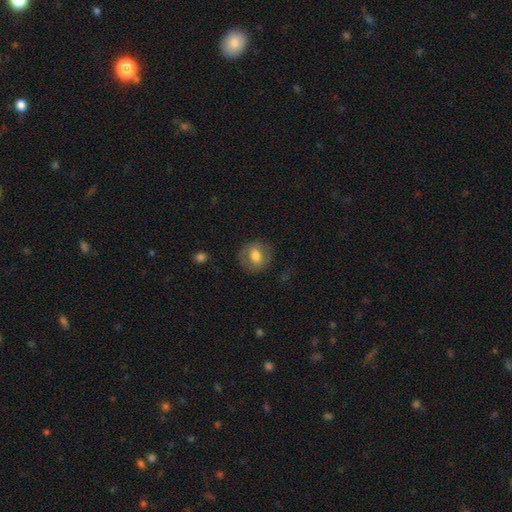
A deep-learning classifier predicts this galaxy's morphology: Smooth or featured? Predicted: smooth (p=0.64). How rounded? Predicted: round (p=0.76). Merging? Predicted: none (p=0.82).